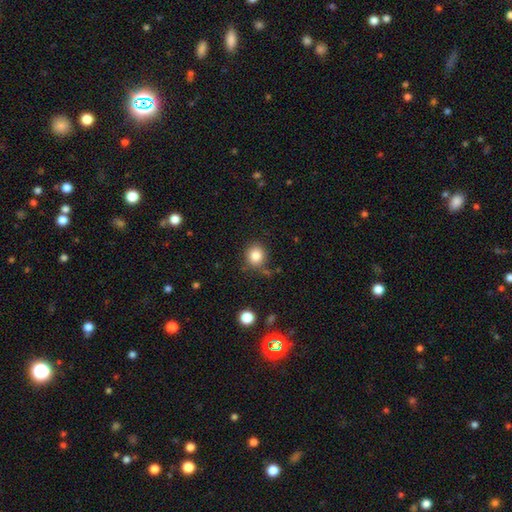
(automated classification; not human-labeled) A smooth galaxy with no disk features (83%) that is round (85%). Merging: none (79%).